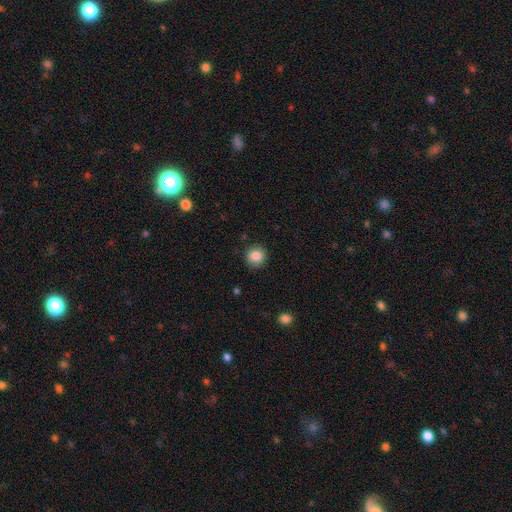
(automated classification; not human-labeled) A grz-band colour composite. It shows a smooth galaxy with no disk features (86%) that is round (92%). Merging: none (89%).